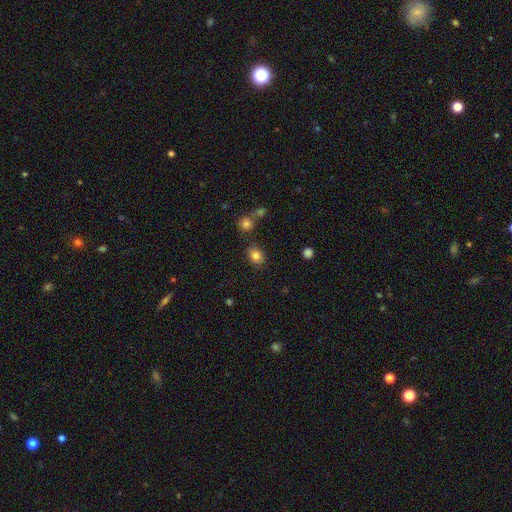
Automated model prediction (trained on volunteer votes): Smooth or featured?
  - smooth: 82% *
  - star or artifact: 11%
  - featured or disk: 7%
How rounded?
  - round: 51% *
  - in between: 48%
  - cigar-shaped: 1%
Merging?
  - none: 82% *
  - minor disturbance: 11%
  - merger: 5%
  - major disturbance: 3%